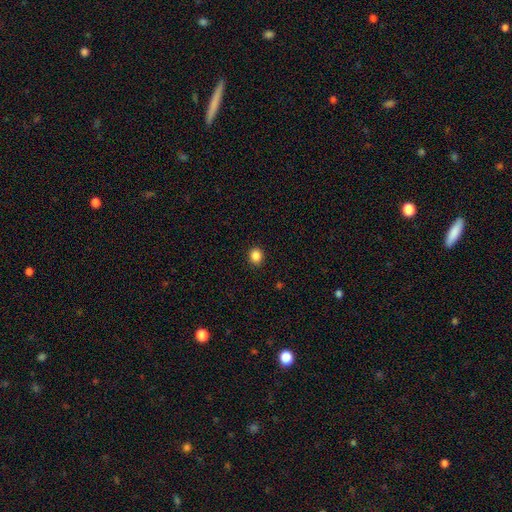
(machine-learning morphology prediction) The model was most divided on "how rounded": round: 72%, in between: 27%, cigar-shaped: 1%. More confident: merging — none (91%); smooth or featured — smooth (86%).